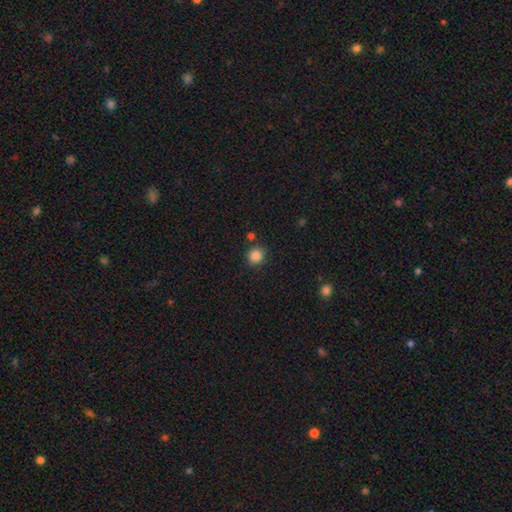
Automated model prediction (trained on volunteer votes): Smooth or featured? Predicted: smooth (p=0.85). How rounded? Predicted: round (p=0.90). Merging? Predicted: none (p=0.85).